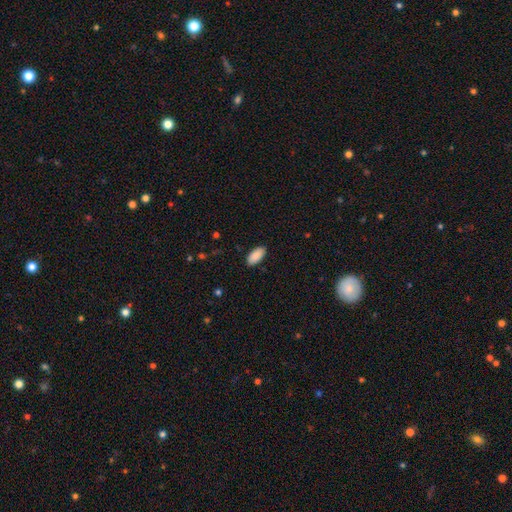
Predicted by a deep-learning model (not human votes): This appears to be a smooth galaxy with no disk features (90%) that is in between round and cigar-shaped (93%). Merging: none (89%).